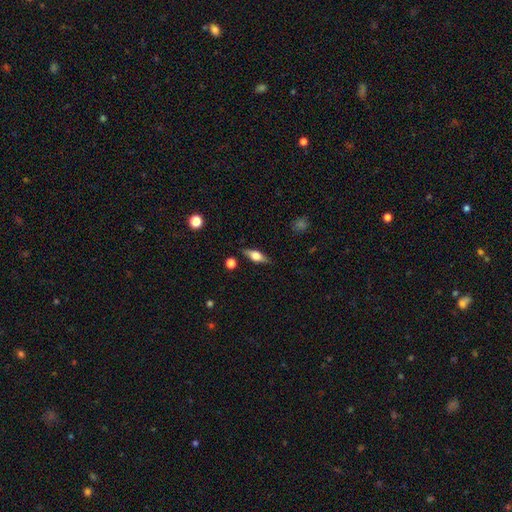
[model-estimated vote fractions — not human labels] This appears to be a smooth galaxy with no disk features (47%). Merging: none (84%).